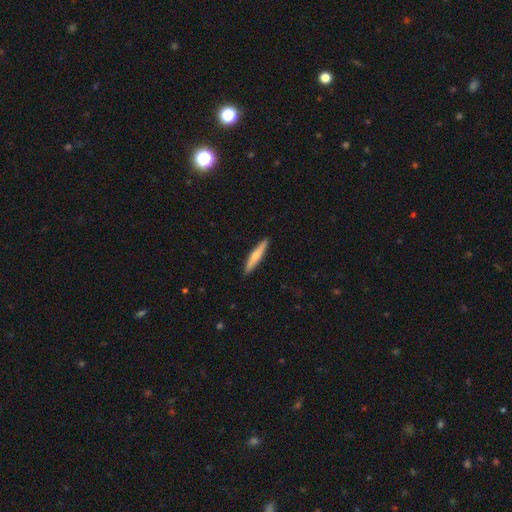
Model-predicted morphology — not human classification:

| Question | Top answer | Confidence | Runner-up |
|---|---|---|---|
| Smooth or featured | smooth | 63% | featured or disk (32%) |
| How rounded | cigar-shaped | 92% | in between (7%) |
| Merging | none | 91% | minor disturbance (7%) |